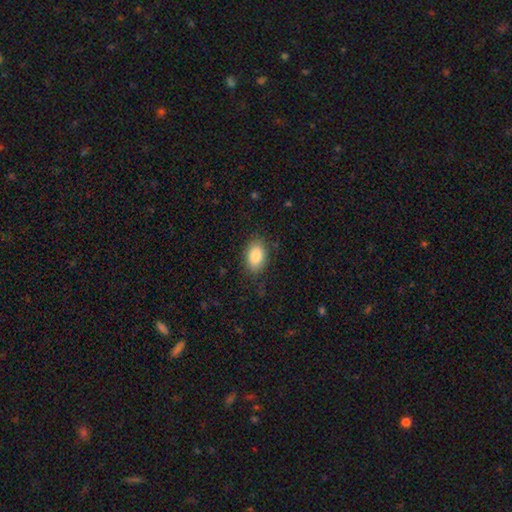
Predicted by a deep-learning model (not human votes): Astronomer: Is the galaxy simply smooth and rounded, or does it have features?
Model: smooth — 85%.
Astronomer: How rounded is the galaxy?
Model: in between — 90%.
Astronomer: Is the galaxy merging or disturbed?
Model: none — 80%.